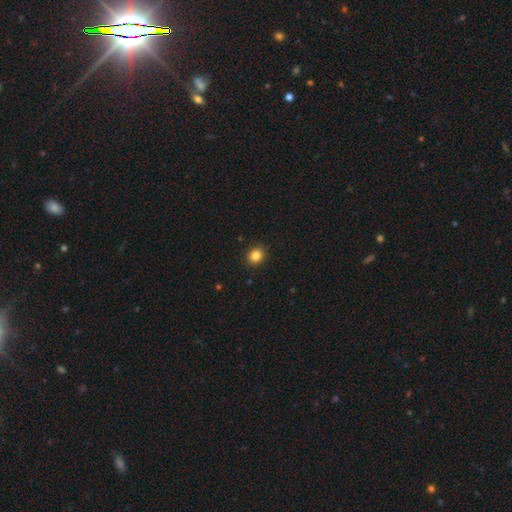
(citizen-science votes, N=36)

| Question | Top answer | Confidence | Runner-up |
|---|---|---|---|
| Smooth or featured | smooth | 86% | featured or disk (8%) |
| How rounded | round | 61% | in between (39%) |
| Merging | none | 91% | minor disturbance (9%) |